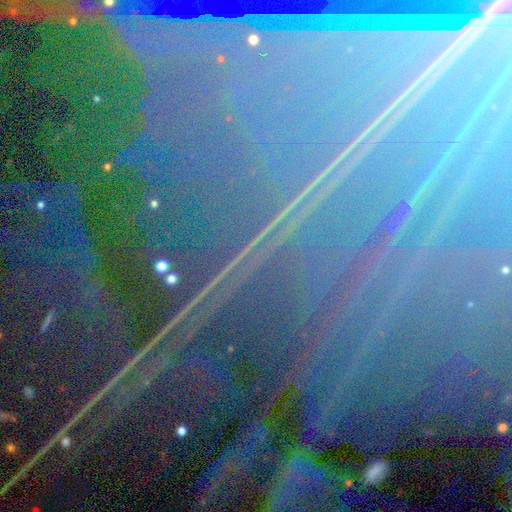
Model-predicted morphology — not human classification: This is clearly a star or artifact rather than a galaxy (89%).